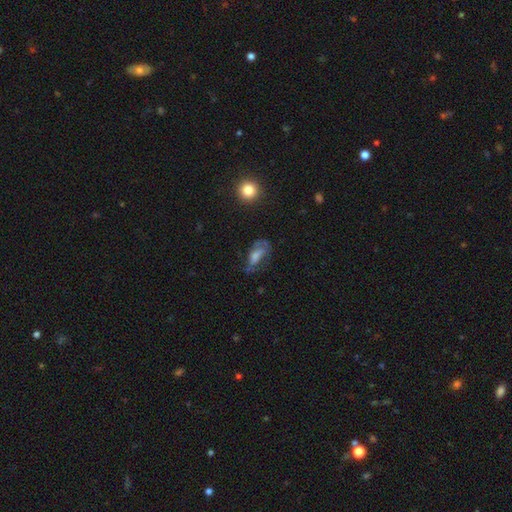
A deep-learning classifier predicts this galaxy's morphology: A featured or disk galaxy (50%). Merging: none (49%).